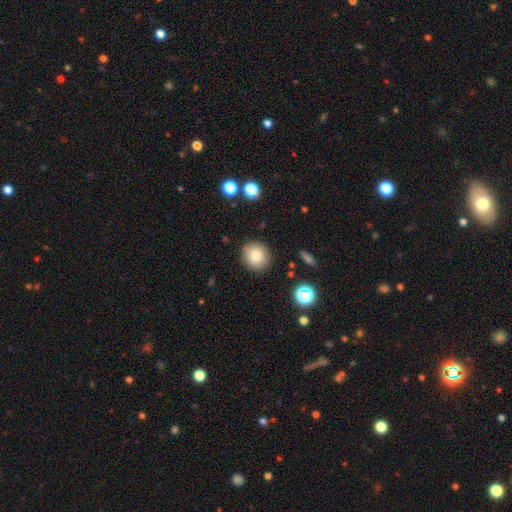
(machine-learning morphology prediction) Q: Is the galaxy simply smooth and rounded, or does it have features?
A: smooth — 85%.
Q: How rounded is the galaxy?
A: round — 89%.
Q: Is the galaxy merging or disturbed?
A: none — 89%.